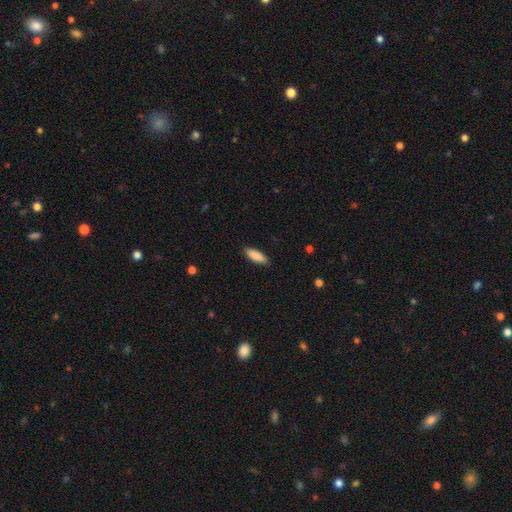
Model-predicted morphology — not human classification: smooth_or_featured: smooth (p=0.88) [alt: featured or disk p=0.06]
how_rounded: in between (p=0.61) [alt: cigar-shaped p=0.38]
merging: none (p=0.88) [alt: minor disturbance p=0.09]